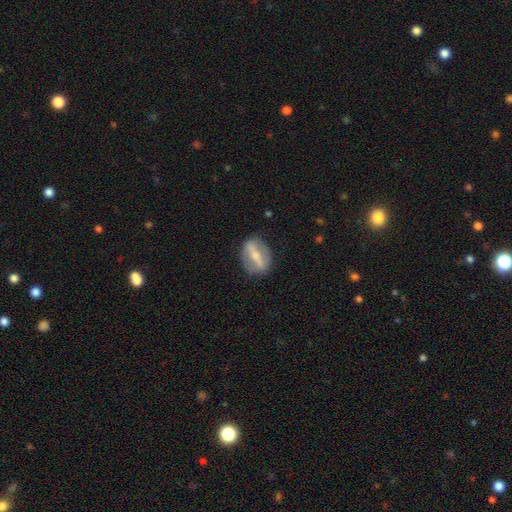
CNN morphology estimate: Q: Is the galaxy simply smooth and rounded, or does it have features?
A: featured or disk — 64%.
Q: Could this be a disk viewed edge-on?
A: no — 77%.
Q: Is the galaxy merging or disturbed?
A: none — 83%.